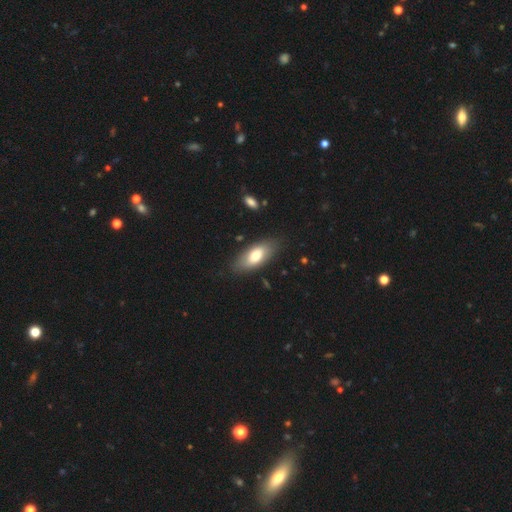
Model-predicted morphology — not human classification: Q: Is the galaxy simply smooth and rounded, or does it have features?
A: smooth — 70%.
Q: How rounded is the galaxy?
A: in between — 88%.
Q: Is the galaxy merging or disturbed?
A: none — 81%.